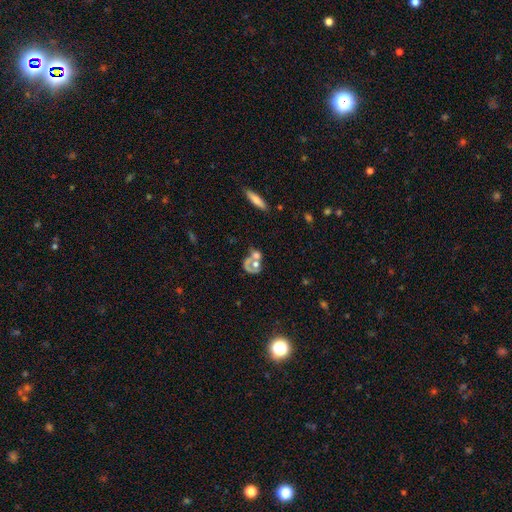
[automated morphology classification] A star or artifact, not a galaxy (39%).